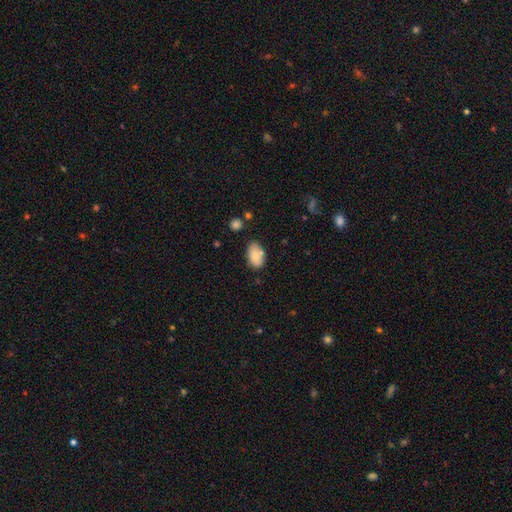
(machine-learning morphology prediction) smooth 80%, featured or disk 12%, star or artifact 7%. Down the decision tree: how rounded — in between (92%); merging — none (65%).